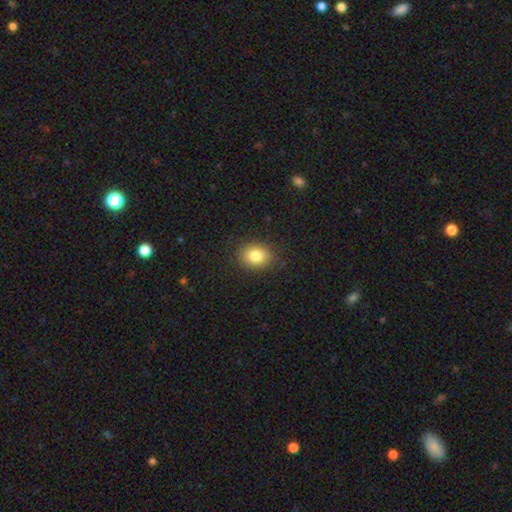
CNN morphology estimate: Overall: smooth (82%). How rounded: round (51%; in between 48%). Merging: none (87%).